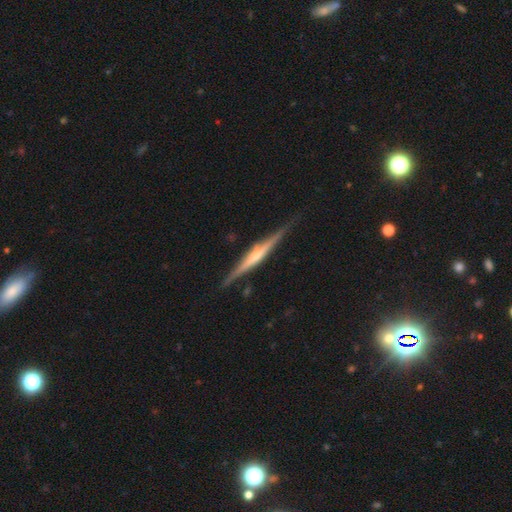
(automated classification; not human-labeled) The model was most divided on "edge-on bulge": rounded: 64%, none: 20%, boxy: 15%. More confident: edge-on disk — yes (98%); merging — none (85%); smooth or featured — featured or disk (76%).